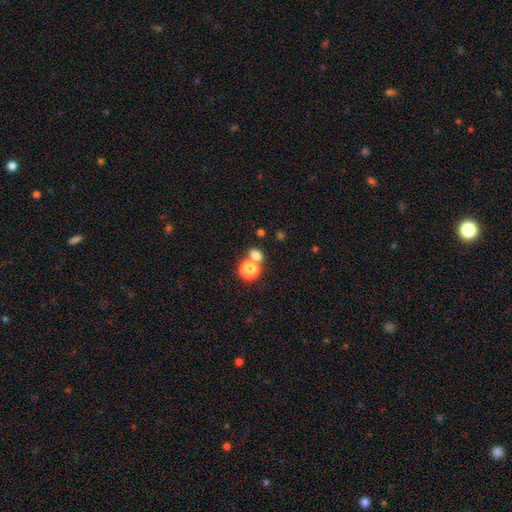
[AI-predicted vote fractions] smooth-or-featured: smooth: 76% | star or artifact: 16% | featured or disk: 8%
  how-rounded: round: 57% | in between: 42% | cigar-shaped: 1%
  merging: none: 53% | merger: 36% | minor disturbance: 8% | major disturbance: 4%